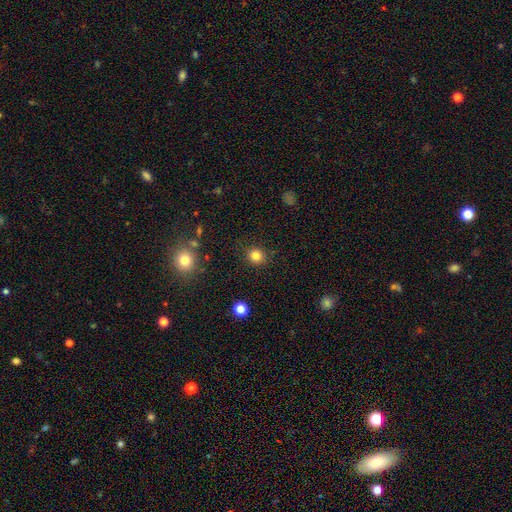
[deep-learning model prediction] Overall: smooth (83%). How rounded: round (84%). Merging: none (88%).